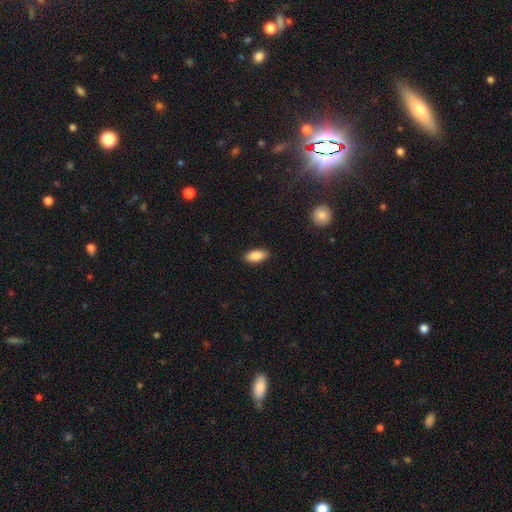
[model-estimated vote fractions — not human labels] A smooth galaxy with no disk features (87%) that is in between round and cigar-shaped (89%).

Vote fractions:
- Smooth or featured? smooth: 87% / star or artifact: 7% / featured or disk: 6%
- How rounded? in between: 89% / cigar-shaped: 9% / round: 2%
- Merging? none: 89% / minor disturbance: 8% / major disturbance: 2% / merger: 1%